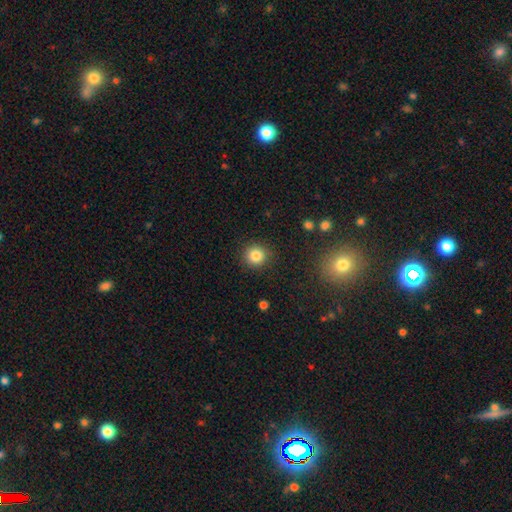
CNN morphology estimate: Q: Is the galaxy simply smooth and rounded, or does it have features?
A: smooth — 84%.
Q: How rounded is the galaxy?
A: round — 92%.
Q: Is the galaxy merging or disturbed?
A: none — 90%.